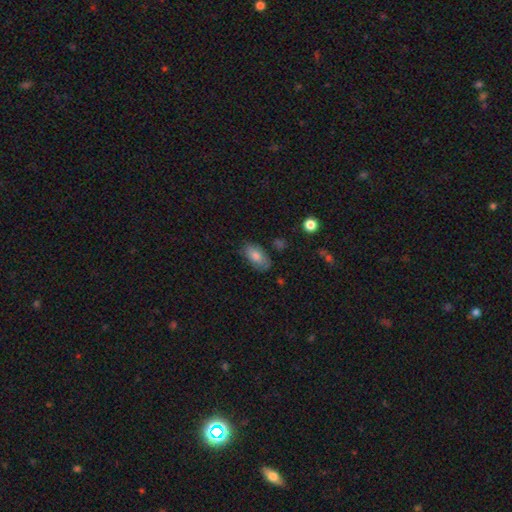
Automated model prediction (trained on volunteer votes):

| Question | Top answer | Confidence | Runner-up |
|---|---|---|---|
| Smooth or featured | smooth | 78% | featured or disk (15%) |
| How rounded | in between | 92% | round (4%) |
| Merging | none | 78% | minor disturbance (17%) |